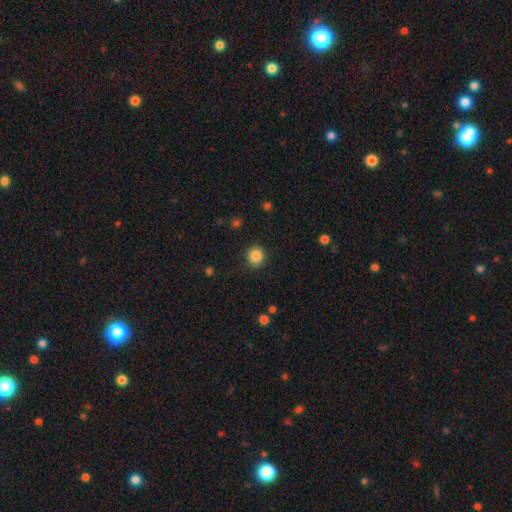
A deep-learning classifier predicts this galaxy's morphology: Q: Smooth or featured?
A: smooth (86%); runner-up: star or artifact (10%)
Q: How rounded?
A: round (88%); runner-up: in between (11%)
Q: Merging?
A: none (88%); runner-up: minor disturbance (8%)